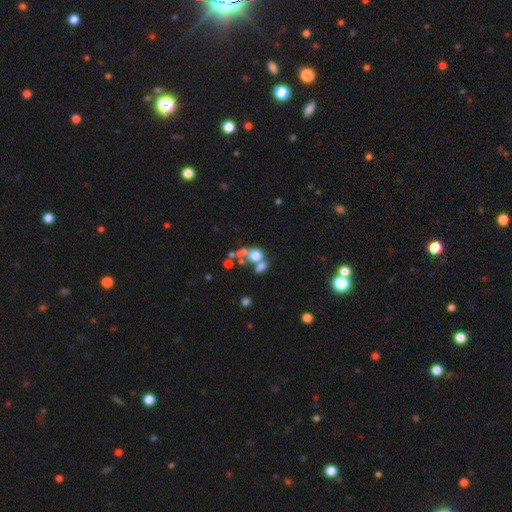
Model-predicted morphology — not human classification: This appears to be a smooth galaxy with no disk features (60%) that is round (54%). Merging: merger (51%).